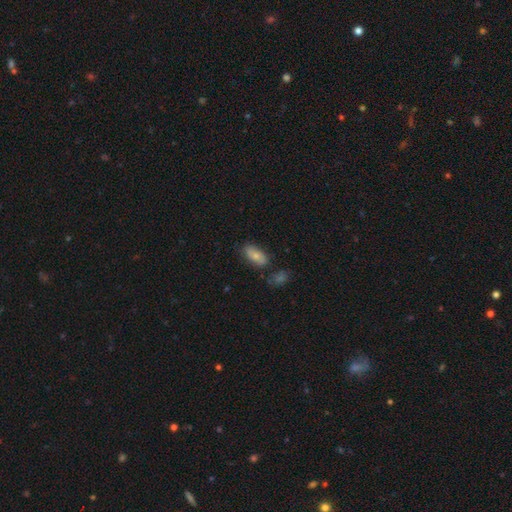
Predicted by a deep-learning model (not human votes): smooth_or_featured: smooth (p=0.76) [alt: featured or disk p=0.17]
how_rounded: in between (p=0.90) [alt: cigar-shaped p=0.07]
merging: none (p=0.71) [alt: minor disturbance p=0.19]